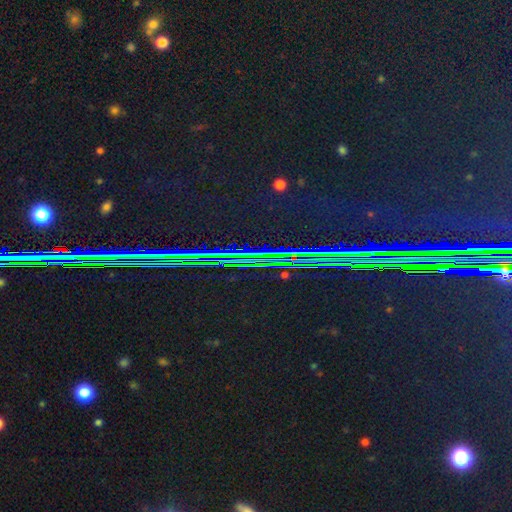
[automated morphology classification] Q: Smooth or featured?
A: star or artifact (88%); runner-up: featured or disk (6%)